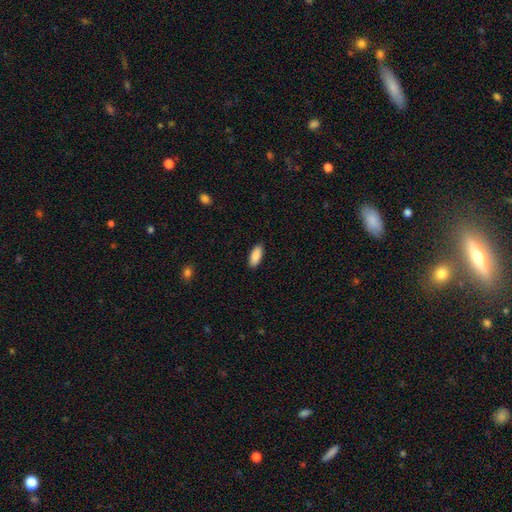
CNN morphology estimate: smooth_or_featured: smooth (p=0.90) [alt: star or artifact p=0.06]
how_rounded: in between (p=0.81) [alt: cigar-shaped p=0.17]
merging: none (p=0.89) [alt: minor disturbance p=0.08]